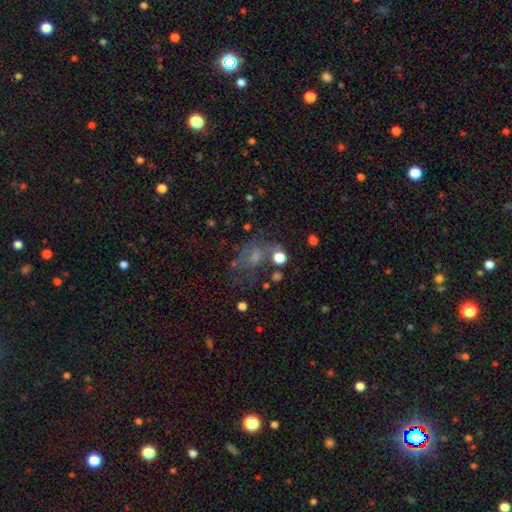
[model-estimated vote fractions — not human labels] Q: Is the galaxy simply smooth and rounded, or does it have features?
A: smooth — 37%, tied with featured or disk.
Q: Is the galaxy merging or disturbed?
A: none — 38%.